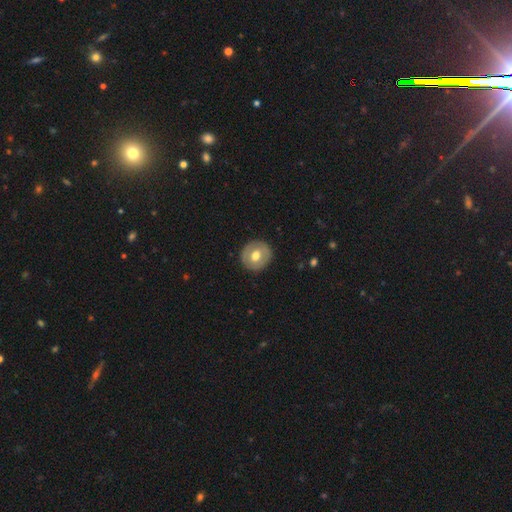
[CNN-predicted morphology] Smooth or featured?
  - smooth: 57% *
  - featured or disk: 37%
  - star or artifact: 6%
How rounded?
  - round: 90% *
  - in between: 9%
  - cigar-shaped: 1%
Merging?
  - none: 89% *
  - minor disturbance: 8%
  - major disturbance: 2%
  - merger: 1%